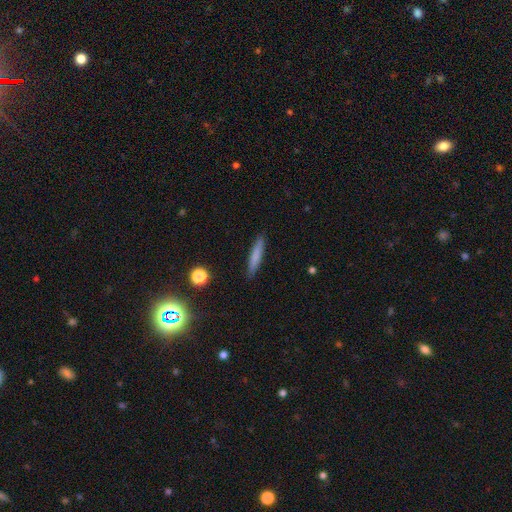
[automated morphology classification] Smooth or featured? Predicted: smooth (p=0.75). How rounded? Predicted: cigar-shaped (p=0.91). Merging? Predicted: none (p=0.89).